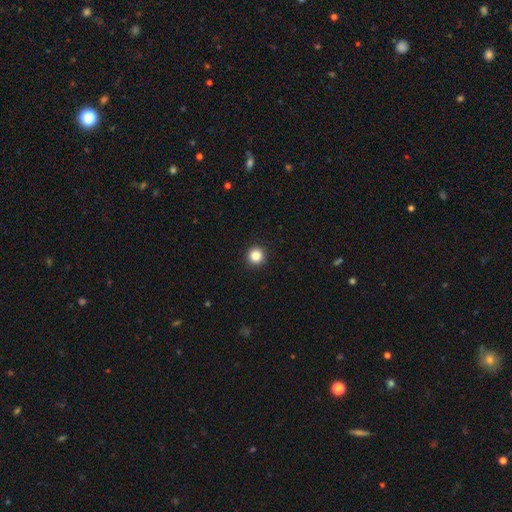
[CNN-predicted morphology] smooth 86%, star or artifact 11%, featured or disk 4%. Down the decision tree: how rounded — round (96%); merging — none (94%).